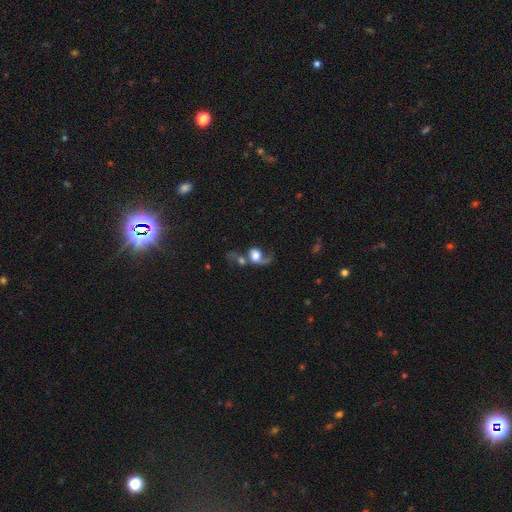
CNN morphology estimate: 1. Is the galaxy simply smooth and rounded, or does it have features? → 48% featured or disk, 42% smooth, 10% star or artifact.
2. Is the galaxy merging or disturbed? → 45% merger, 28% major disturbance, 18% none, 9% minor disturbance.